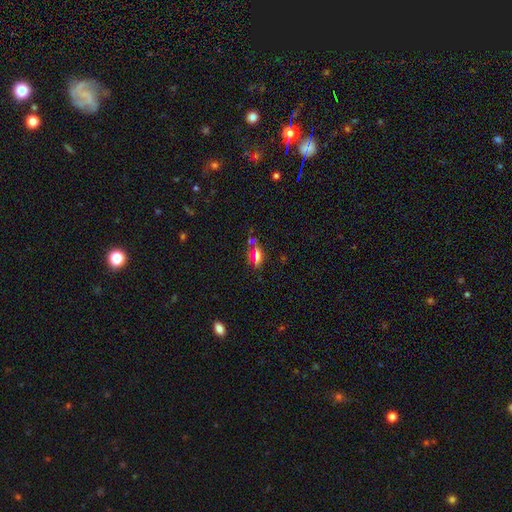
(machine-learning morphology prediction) smooth_or_featured: smooth (p=0.50) [alt: featured or disk p=0.25]
how_rounded: in between (p=0.67) [alt: cigar-shaped p=0.22]
merging: none (p=0.60) [alt: minor disturbance p=0.17]